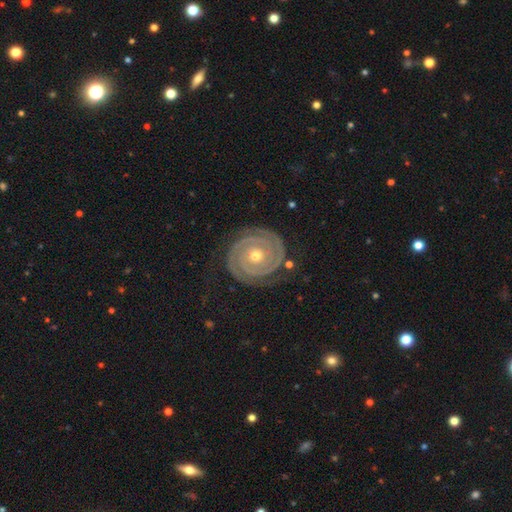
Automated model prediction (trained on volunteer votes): This is clearly a featured or disk galaxy (91%). It is clearly not viewed edge-on (98%). Bar: likely no (78%). Spiral arm pattern: clearly yes (98%). Spiral arm count: clearly 2 (86%). Spiral winding: clearly tight (90%). Central bulge: possibly moderate (52%). Merging: clearly none (85%).